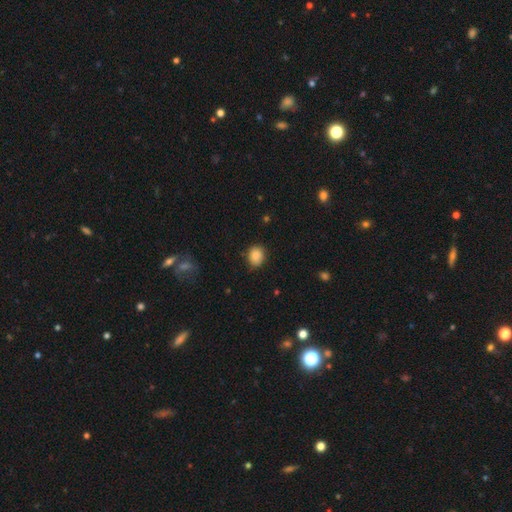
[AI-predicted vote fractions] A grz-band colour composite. It shows a smooth galaxy with no disk features (87%) that is round (60%). Merging: none (79%).